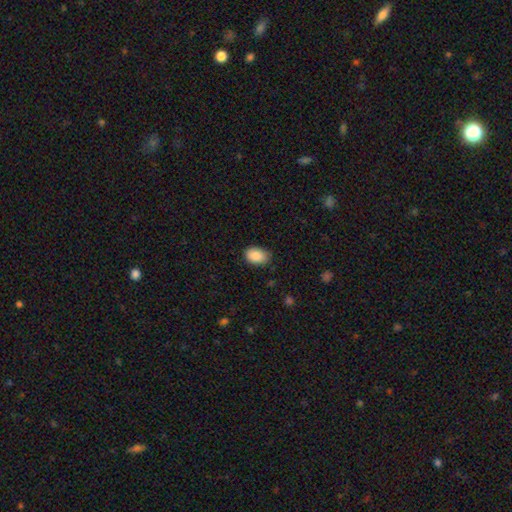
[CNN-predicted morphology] Smooth or featured? smooth (89%)
How rounded? in between (85%)
Merging? none (79%)